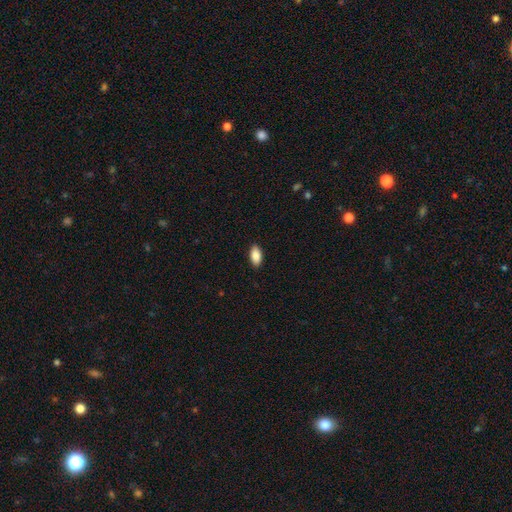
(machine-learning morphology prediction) This appears to be a smooth galaxy with no disk features (87%) that is in between round and cigar-shaped (92%). Merging: none (89%).